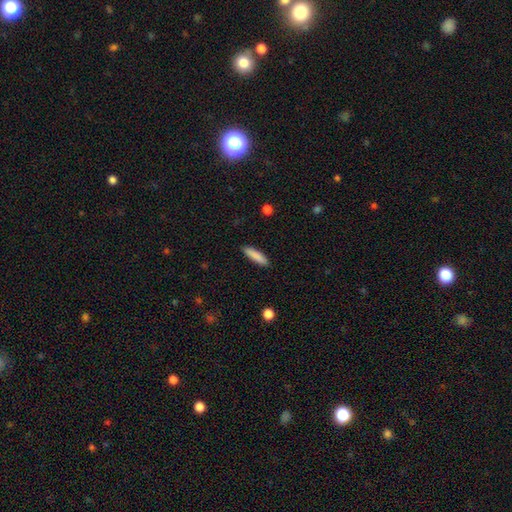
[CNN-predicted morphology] smooth-or-featured: smooth: 87% | featured or disk: 7% | star or artifact: 6%
  how-rounded: cigar-shaped: 76% | in between: 23% | round: 1%
  merging: none: 89% | minor disturbance: 8% | major disturbance: 2% | merger: 1%